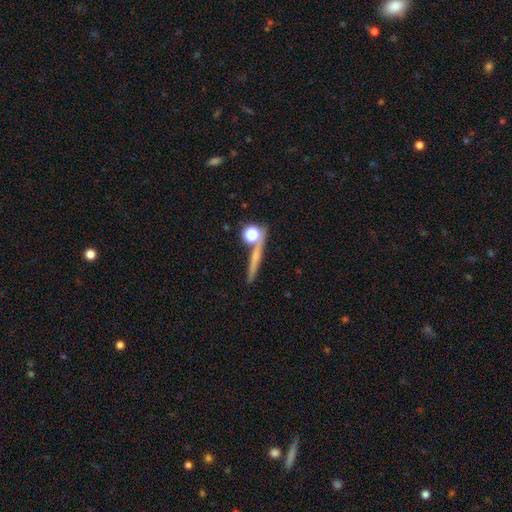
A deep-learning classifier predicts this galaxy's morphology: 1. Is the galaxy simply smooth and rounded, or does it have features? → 46% smooth, 36% featured or disk, 17% star or artifact.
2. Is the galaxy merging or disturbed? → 73% none, 12% merger, 10% minor disturbance, 5% major disturbance.